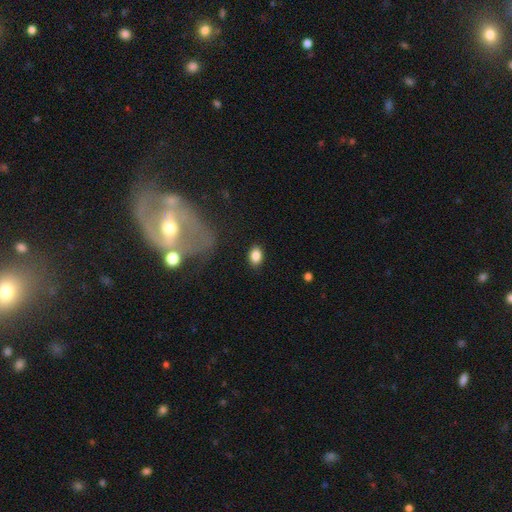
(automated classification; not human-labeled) A smooth galaxy with no disk features (86%) that is in between round and cigar-shaped (76%). Merging: none (87%).